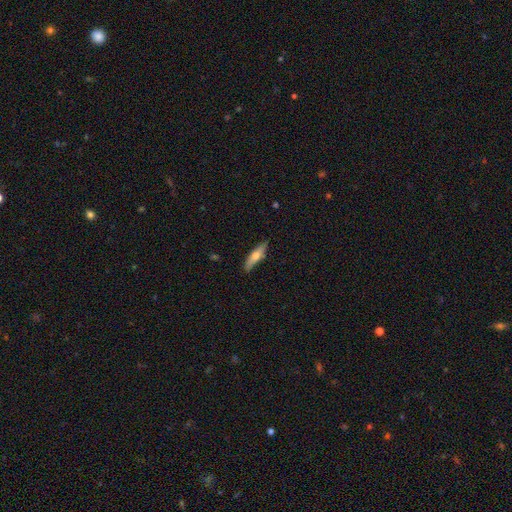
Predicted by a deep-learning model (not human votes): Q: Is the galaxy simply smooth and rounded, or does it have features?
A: smooth — 58%.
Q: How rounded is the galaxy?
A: cigar-shaped — 71%.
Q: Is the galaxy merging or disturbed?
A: none — 85%.